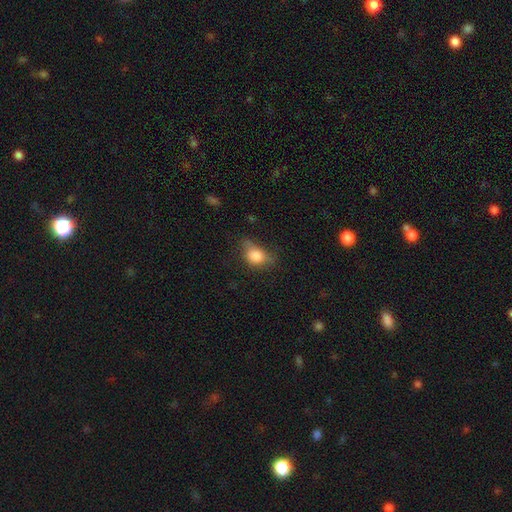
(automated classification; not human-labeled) smooth-or-featured: smooth: 78% | featured or disk: 12% | star or artifact: 9%
  how-rounded: in between: 64% | round: 33% | cigar-shaped: 3%
  merging: minor disturbance: 39% (tied) | none: 39% (tied) | major disturbance: 19% | merger: 3%